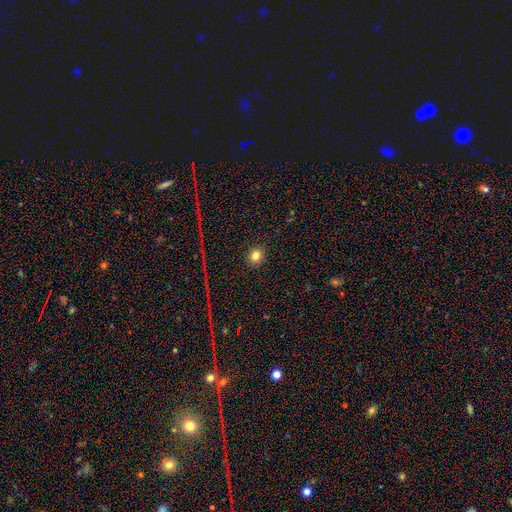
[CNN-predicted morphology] Smooth or featured?
  - smooth: 79% *
  - star or artifact: 14%
  - featured or disk: 7%
How rounded?
  - round: 81% *
  - in between: 18%
  - cigar-shaped: 1%
Merging?
  - none: 91% *
  - minor disturbance: 6%
  - major disturbance: 2%
  - merger: 1%